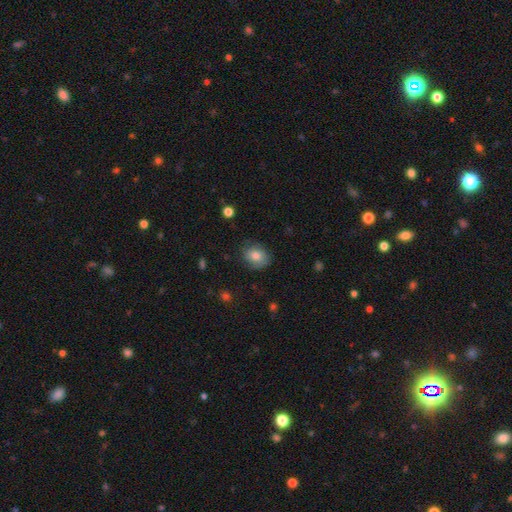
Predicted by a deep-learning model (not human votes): A smooth galaxy with no disk features (77%) that is round (50%). Merging: none (75%).